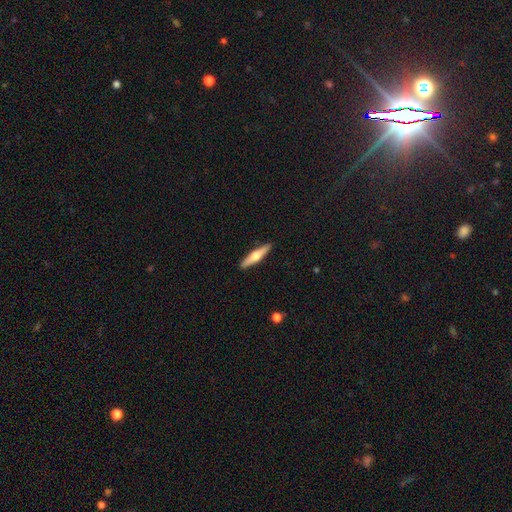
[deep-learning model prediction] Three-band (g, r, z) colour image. It shows a featured or disk galaxy (54%) viewed edge-on (96%) with a rounded central bulge (92%). Merging: none (91%).